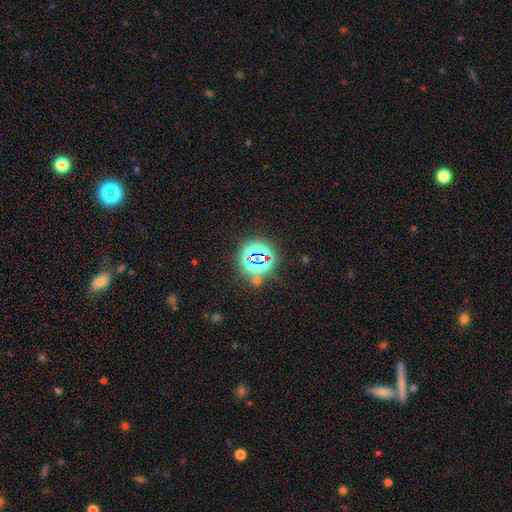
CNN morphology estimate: smooth_or_featured: star or artifact (p=0.77) [alt: smooth p=0.15]